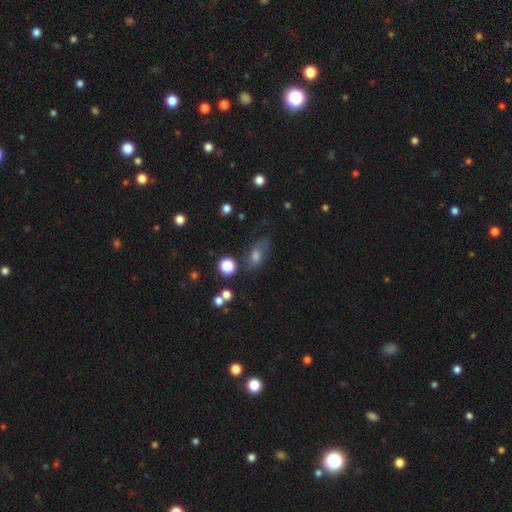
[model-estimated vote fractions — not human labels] Smooth or featured? Predicted: smooth (p=0.53). How rounded? Predicted: in between (p=0.75). Merging? Predicted: none (p=0.58).